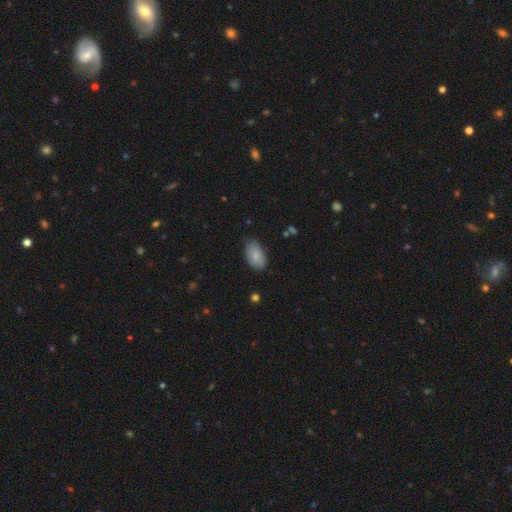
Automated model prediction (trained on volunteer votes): Smooth or featured: smooth — 81% (featured or disk — 12%)
How rounded: in between — 94% (round — 5%)
Merging: none — 77% (minor disturbance — 19%)